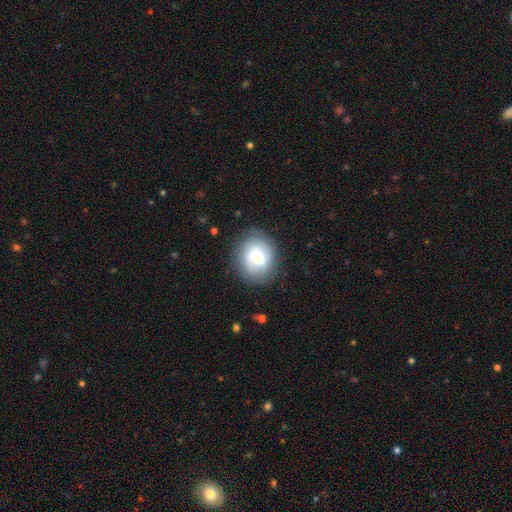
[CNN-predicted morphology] smooth 64%, featured or disk 28%, star or artifact 8%. Down the decision tree: how rounded — round (68%); merging — none (80%).